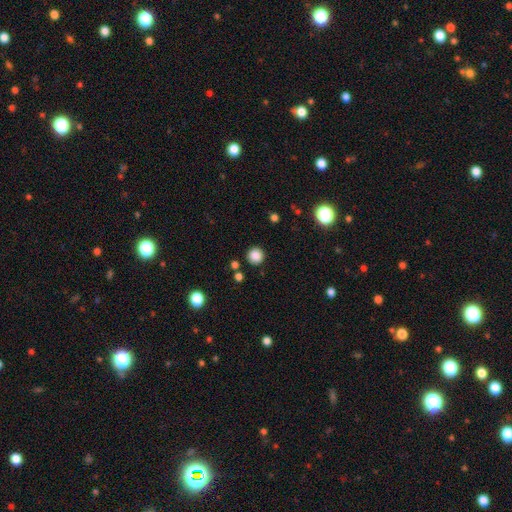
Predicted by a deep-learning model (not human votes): A smooth galaxy with no disk features (85%) that is round (95%).

Vote fractions:
- Smooth or featured? smooth: 85% / star or artifact: 11% / featured or disk: 3%
- How rounded? round: 95% / in between: 4% / cigar-shaped: 1%
- Merging? none: 90% / minor disturbance: 6% / merger: 3% / major disturbance: 2%